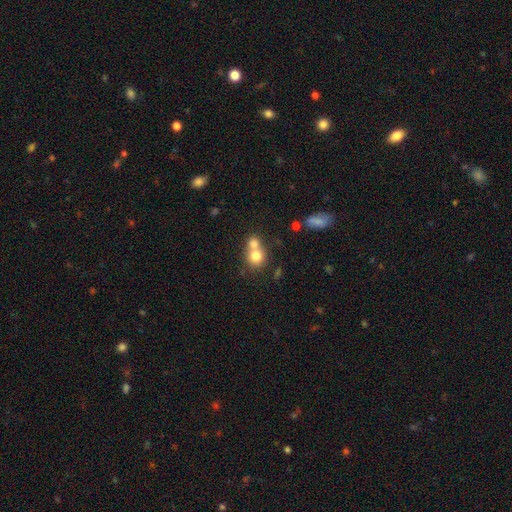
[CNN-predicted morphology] type=smooth (76%); roundness=round (80%); merging=merger (58%).